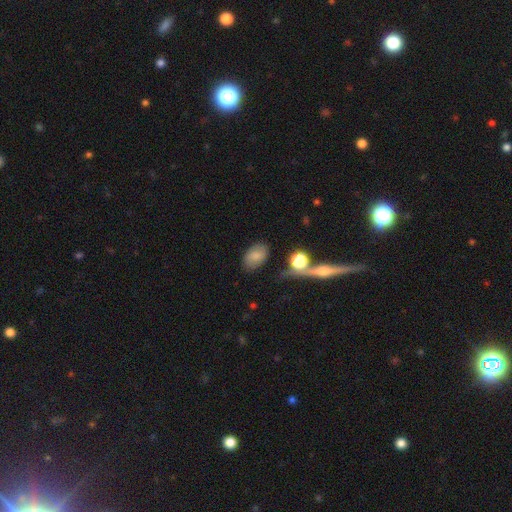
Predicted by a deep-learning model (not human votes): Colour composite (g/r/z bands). It shows a smooth galaxy with no disk features (78%) that is in between round and cigar-shaped (88%). Merging: none (76%).